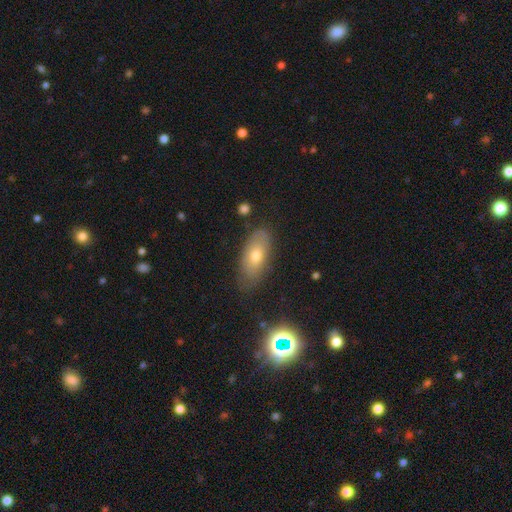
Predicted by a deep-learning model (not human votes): This appears to be a smooth galaxy with no disk features (61%) that is in between round and cigar-shaped (84%). Merging: none (76%).